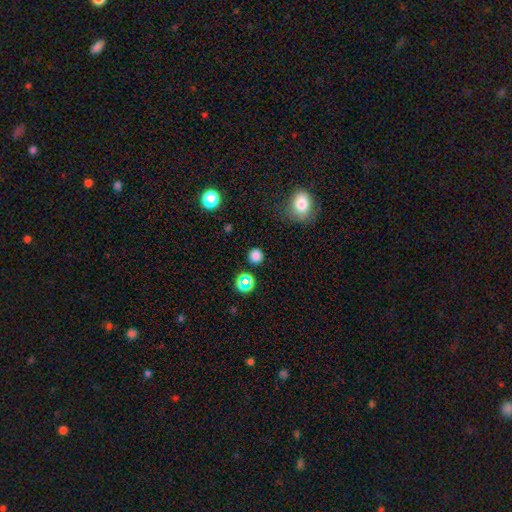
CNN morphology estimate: A smooth galaxy with no disk features (79%) that is round (92%).

Vote fractions:
- Smooth or featured? smooth: 79% / star or artifact: 17% / featured or disk: 4%
- How rounded? round: 92% / in between: 7% / cigar-shaped: 1%
- Merging? none: 87% / minor disturbance: 8% / major disturbance: 3% / merger: 2%